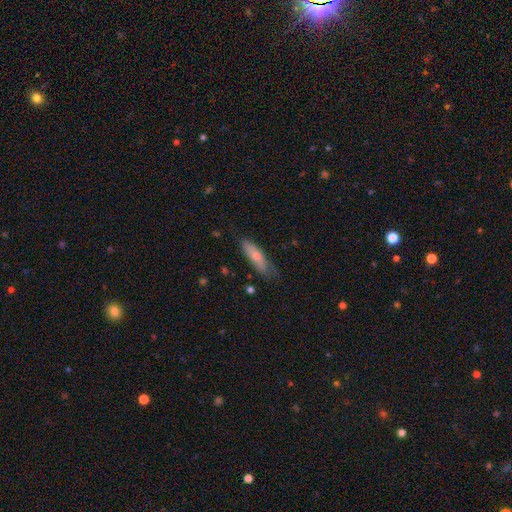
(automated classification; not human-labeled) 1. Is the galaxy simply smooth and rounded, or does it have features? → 68% smooth, 26% featured or disk, 6% star or artifact.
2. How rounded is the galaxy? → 55% cigar-shaped, 43% in between, 2% round.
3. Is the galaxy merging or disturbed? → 68% none, 25% minor disturbance, 5% major disturbance, 2% merger.